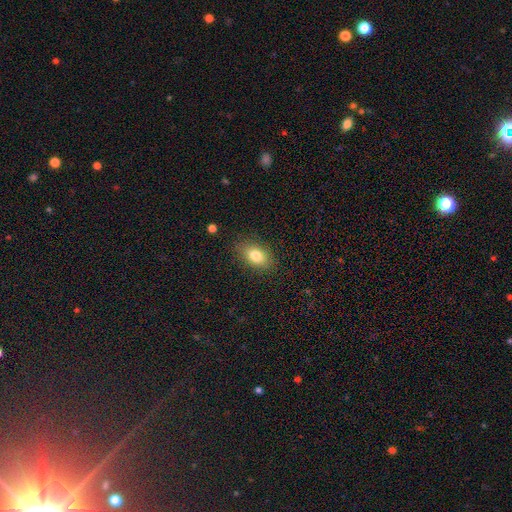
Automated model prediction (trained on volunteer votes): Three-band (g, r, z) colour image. It shows a smooth galaxy with no disk features (80%) that is in between round and cigar-shaped (84%). Merging: none (85%).